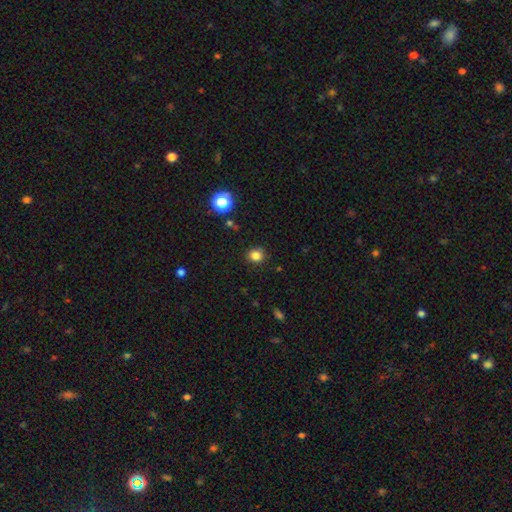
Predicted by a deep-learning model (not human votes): This is clearly a smooth galaxy (82%). How rounded: clearly round (83%). Merging: clearly none (87%).